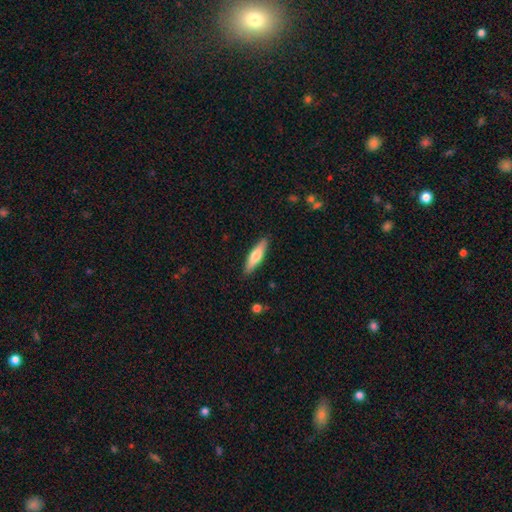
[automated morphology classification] This is likely a smooth galaxy (64%). How rounded: likely cigar-shaped (71%). Merging: clearly none (89%).